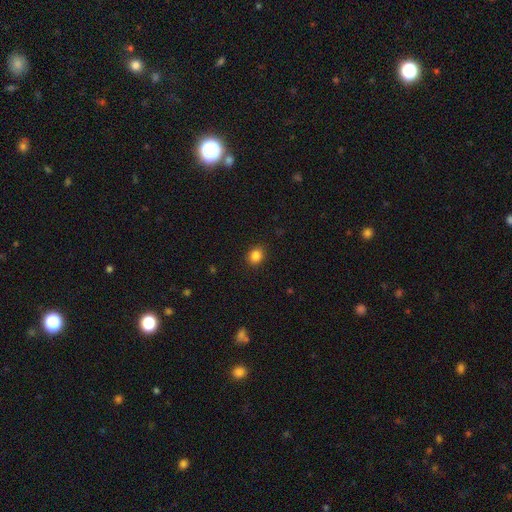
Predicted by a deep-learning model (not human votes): The model was most divided on "how rounded": round: 67%, in between: 32%, cigar-shaped: 1%. More confident: merging — none (90%); smooth or featured — smooth (85%).